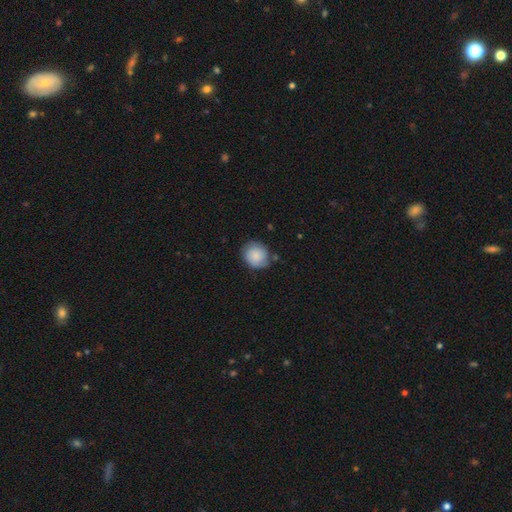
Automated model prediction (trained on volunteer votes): Smooth or featured? smooth (79%)
How rounded? round (83%)
Merging? none (72%)